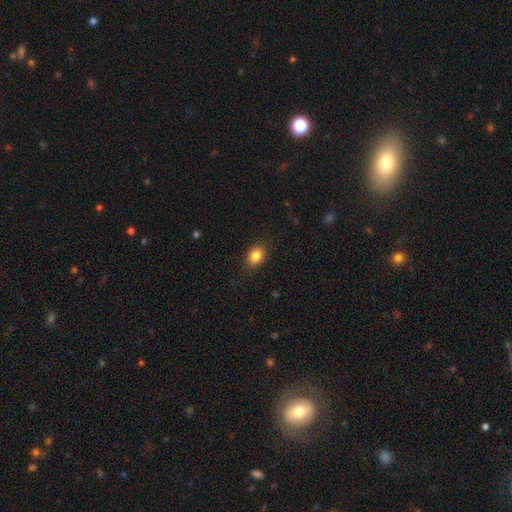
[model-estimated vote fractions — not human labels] smooth_or_featured: smooth (p=0.85) [alt: star or artifact p=0.09]
how_rounded: in between (p=0.66) [alt: round p=0.33]
merging: none (p=0.86) [alt: minor disturbance p=0.10]